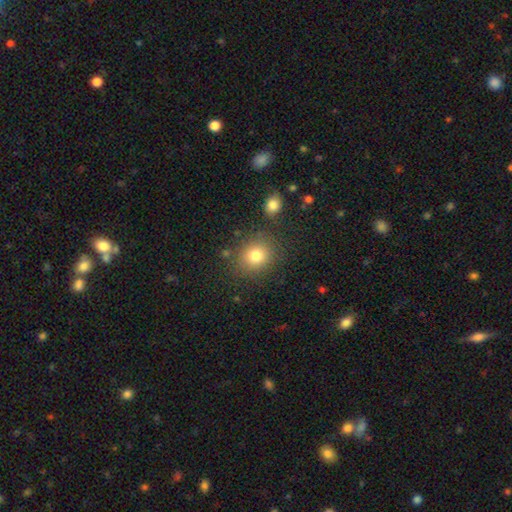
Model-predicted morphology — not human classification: Q: Smooth or featured?
A: smooth (81%); runner-up: star or artifact (11%)
Q: How rounded?
A: round (72%); runner-up: in between (27%)
Q: Merging?
A: none (80%); runner-up: minor disturbance (11%)